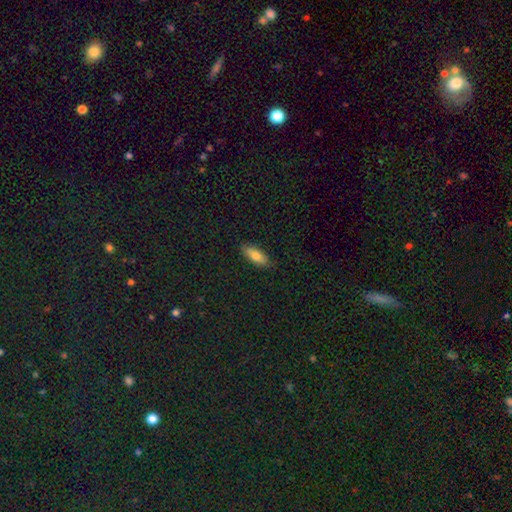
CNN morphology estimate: smooth-or-featured: smooth: 76% | featured or disk: 17% | star or artifact: 7%
  how-rounded: in between: 75% | cigar-shaped: 23% | round: 2%
  merging: none: 84% | minor disturbance: 13% | major disturbance: 2% | merger: 1%